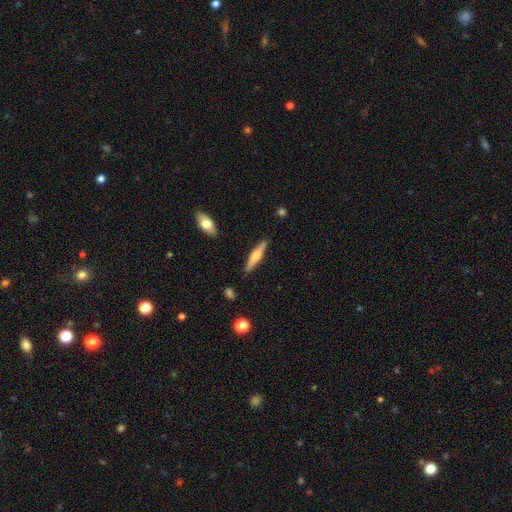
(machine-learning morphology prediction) This is possibly a featured or disk galaxy (52%). It is clearly viewed edge-on (96%). Merging: clearly none (89%).